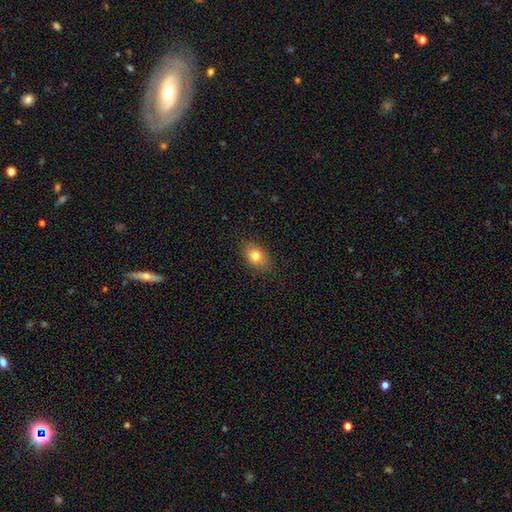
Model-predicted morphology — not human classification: Smooth or featured? smooth (79%)
How rounded? in between (76%)
Merging? none (85%)